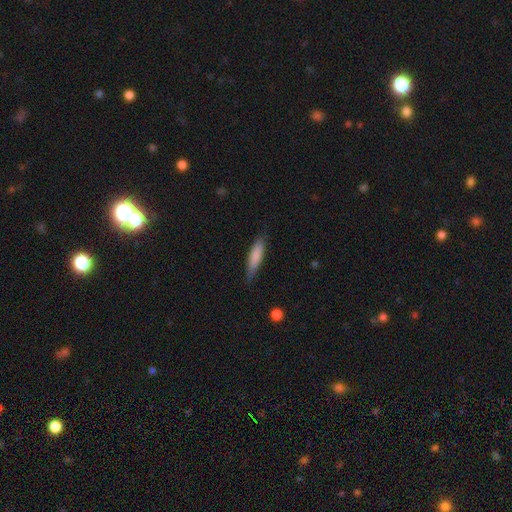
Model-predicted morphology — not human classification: This appears to be a smooth galaxy with no disk features (82%) that is cigar-shaped (72%). Merging: none (77%).